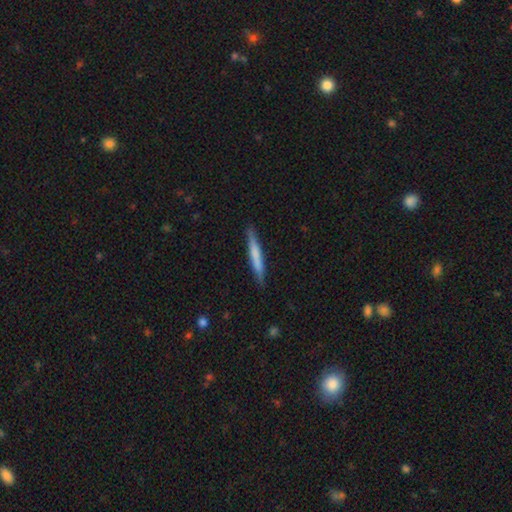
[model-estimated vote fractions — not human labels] Q: Smooth or featured?
A: smooth (61%); runner-up: featured or disk (34%)
Q: How rounded?
A: cigar-shaped (95%); runner-up: in between (3%)
Q: Merging?
A: none (88%); runner-up: minor disturbance (9%)